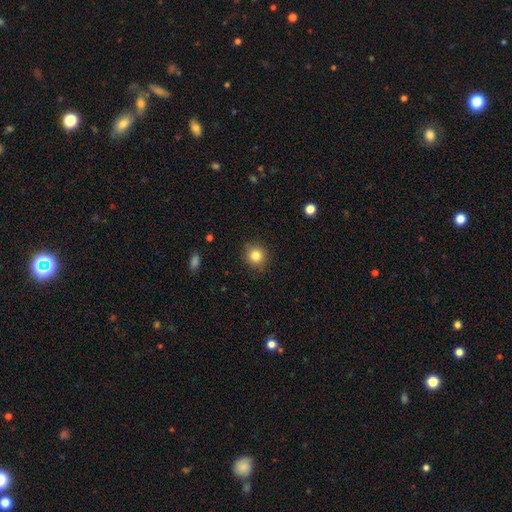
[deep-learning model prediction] Smooth or featured? smooth (83%)
How rounded? round (90%)
Merging? none (88%)